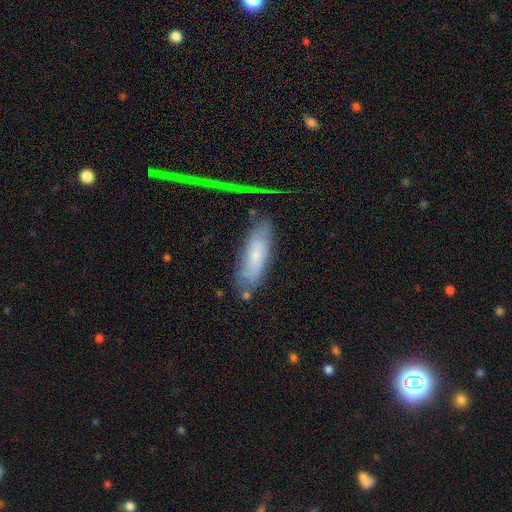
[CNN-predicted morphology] Smooth or featured?
  - smooth: 63% *
  - featured or disk: 30%
  - star or artifact: 8%
How rounded?
  - in between: 54% *
  - cigar-shaped: 44%
  - round: 2%
Merging?
  - none: 67% *
  - minor disturbance: 21%
  - major disturbance: 6%
  - merger: 5%